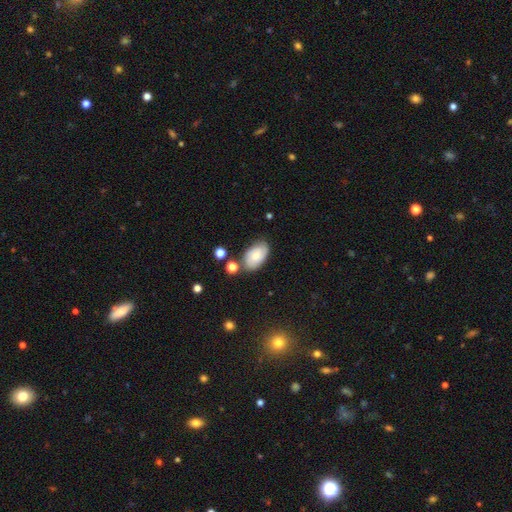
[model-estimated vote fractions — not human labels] Morphology: type=smooth (62%); roundness=in between (92%); merging=none (71%).